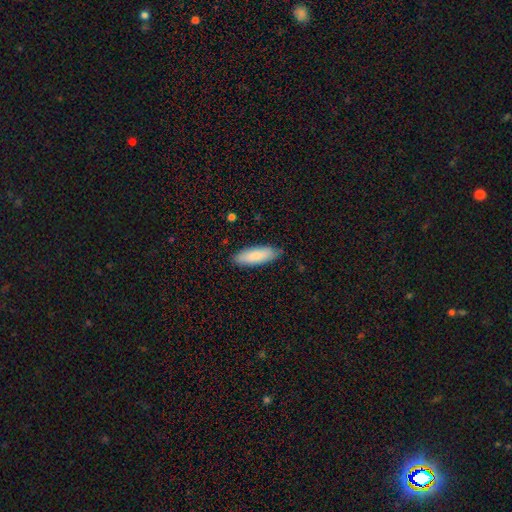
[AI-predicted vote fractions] Overall: smooth (86%). How rounded: in between (51%; cigar-shaped 48%). Merging: none (85%).